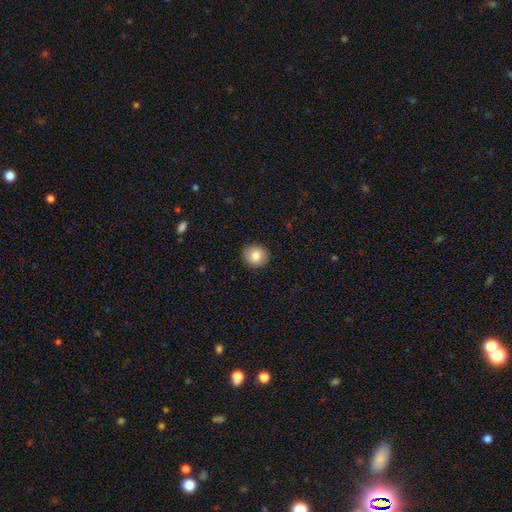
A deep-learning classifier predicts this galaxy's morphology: This appears to be a smooth galaxy with no disk features (83%) that is round (92%). Merging: none (91%).